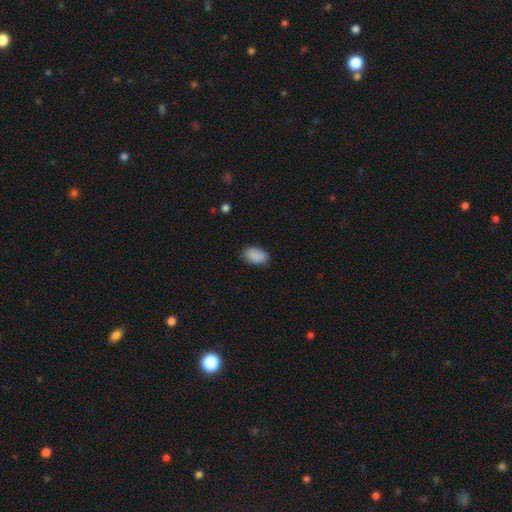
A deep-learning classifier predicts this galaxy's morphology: Overall: smooth (89%). How rounded: in between (91%). Merging: none (83%).